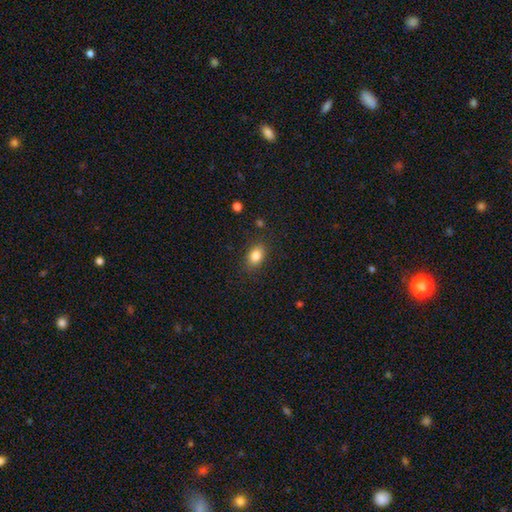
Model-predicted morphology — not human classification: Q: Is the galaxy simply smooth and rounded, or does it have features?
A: smooth — 84%.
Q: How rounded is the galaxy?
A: in between — 79%.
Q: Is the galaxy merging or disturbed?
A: none — 84%.